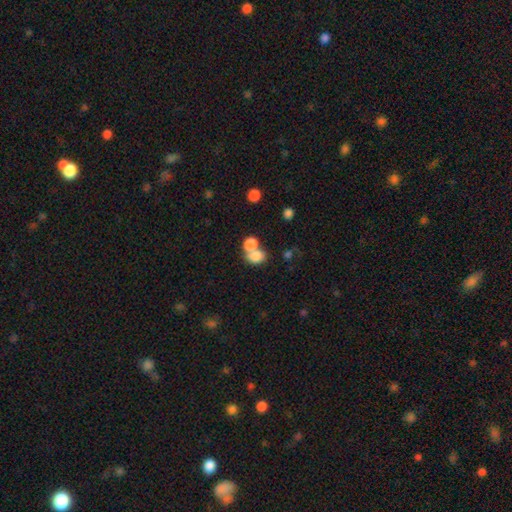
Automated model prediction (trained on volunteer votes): smooth 80%, featured or disk 10%, star or artifact 10%. Down the decision tree: how rounded — in between (57%); merging — merger (59%).